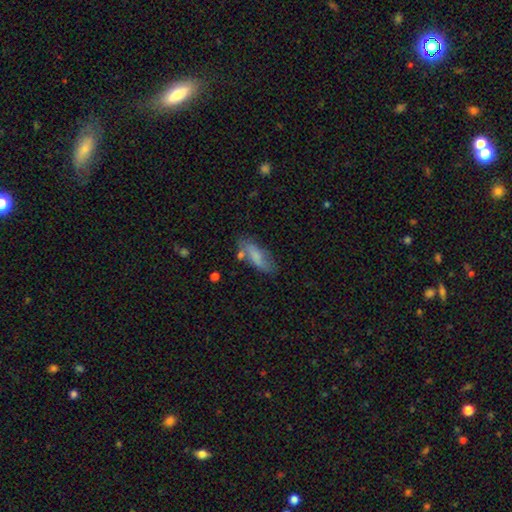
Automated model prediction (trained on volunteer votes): Overall: smooth (72%). How rounded: in between (61%; cigar-shaped 37%). Merging: none (65%).